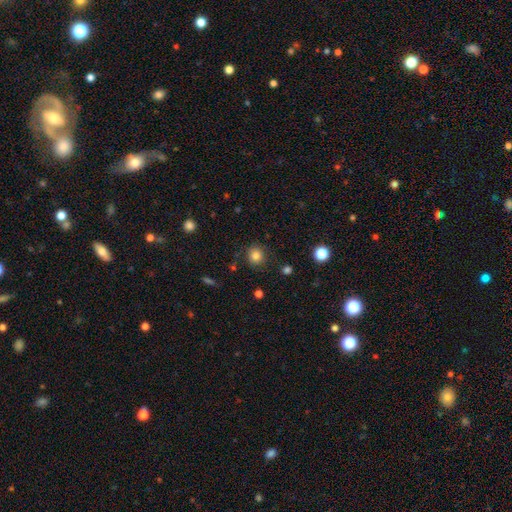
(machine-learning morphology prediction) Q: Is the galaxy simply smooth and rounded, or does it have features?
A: smooth — 83%.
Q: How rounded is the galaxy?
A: round — 88%.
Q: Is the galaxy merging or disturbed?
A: none — 85%.